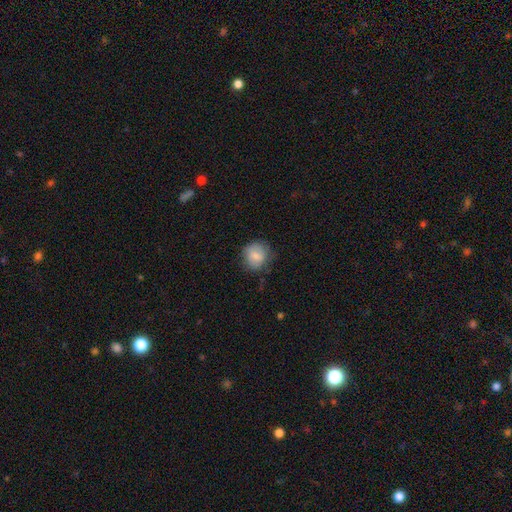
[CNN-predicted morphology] A smooth galaxy with no disk features (73%) that is round (79%).

Vote fractions:
- Smooth or featured? smooth: 73% / featured or disk: 19% / star or artifact: 8%
- How rounded? round: 79% / in between: 20% / cigar-shaped: 1%
- Merging? none: 69% / minor disturbance: 22% / major disturbance: 7% / merger: 1%